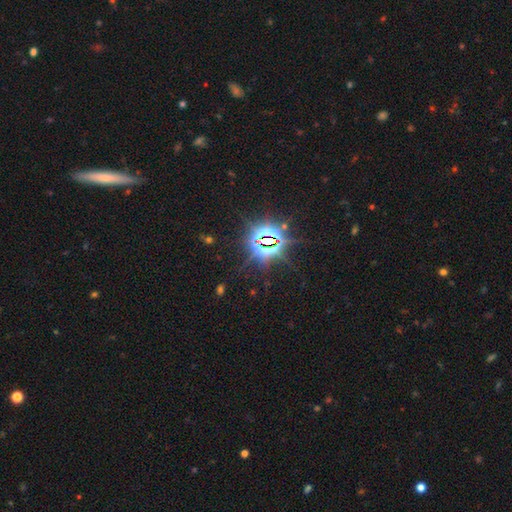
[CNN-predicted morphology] Smooth or featured?
  - star or artifact: 83% *
  - smooth: 9%
  - featured or disk: 8%